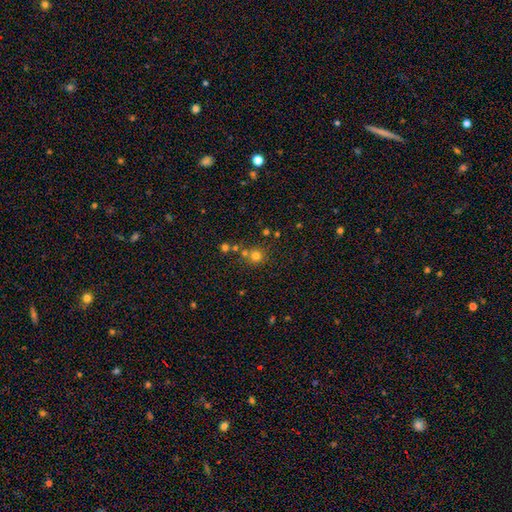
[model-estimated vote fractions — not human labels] A smooth galaxy with no disk features (72%) that is round (91%).

Vote fractions:
- Smooth or featured? smooth: 72% / star or artifact: 19% / featured or disk: 9%
- How rounded? round: 91% / in between: 8% / cigar-shaped: 1%
- Merging? none: 69% / merger: 18% / minor disturbance: 9% / major disturbance: 4%